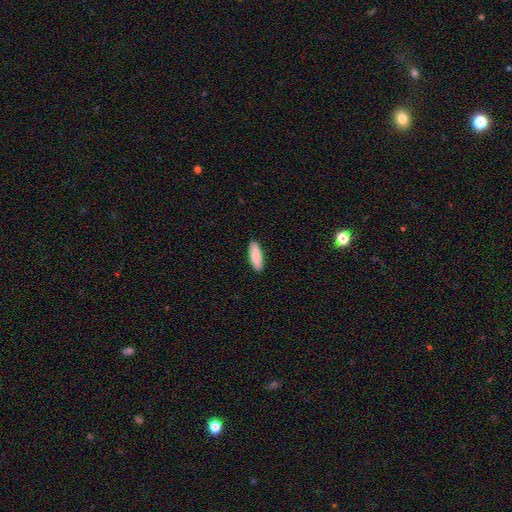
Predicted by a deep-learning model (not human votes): Smooth or featured? Predicted: smooth (p=0.86). How rounded? Predicted: in between (p=0.59). Merging? Predicted: none (p=0.91).